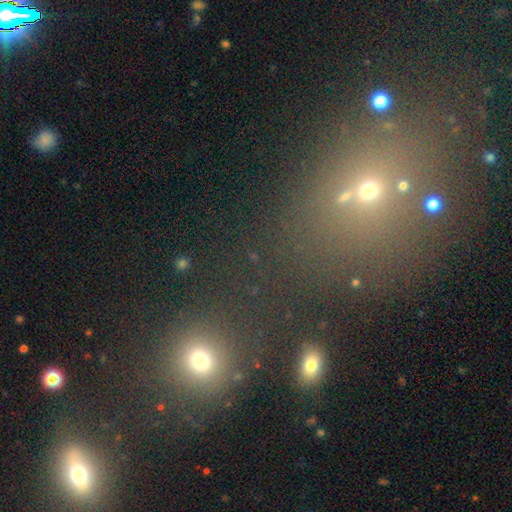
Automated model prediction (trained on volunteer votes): Smooth or featured: smooth — 50% (star or artifact — 39%)
How rounded: round — 68% (in between — 28%)
Merging: none — 69% (merger — 15%)